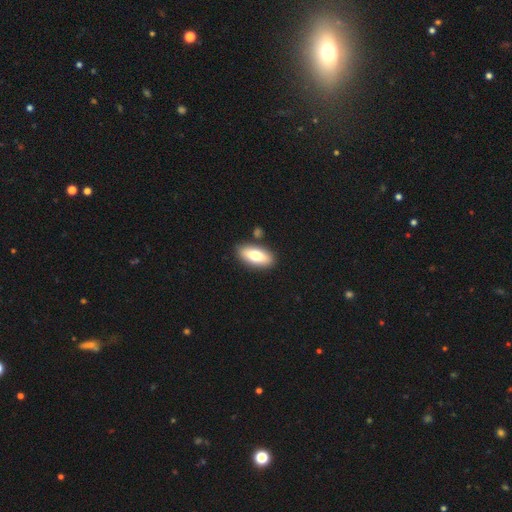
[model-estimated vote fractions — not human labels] This appears to be a smooth galaxy with no disk features (73%) that is in between round and cigar-shaped (85%). Merging: none (84%).